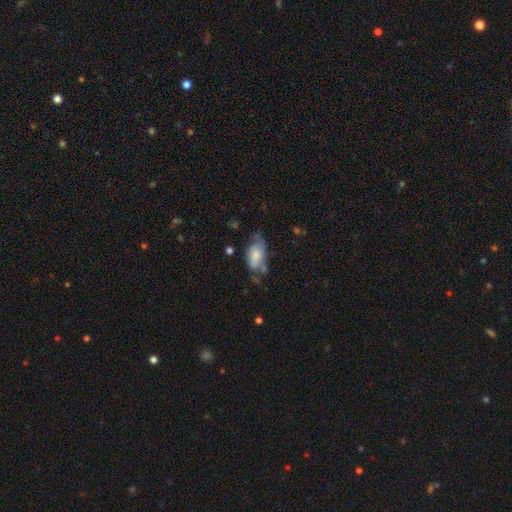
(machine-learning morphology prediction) Smooth or featured?
  - smooth: 68% *
  - featured or disk: 25%
  - star or artifact: 7%
How rounded?
  - in between: 92% *
  - cigar-shaped: 4%
  - round: 4%
Merging?
  - none: 36% *
  - minor disturbance: 35%
  - major disturbance: 19%
  - merger: 9%